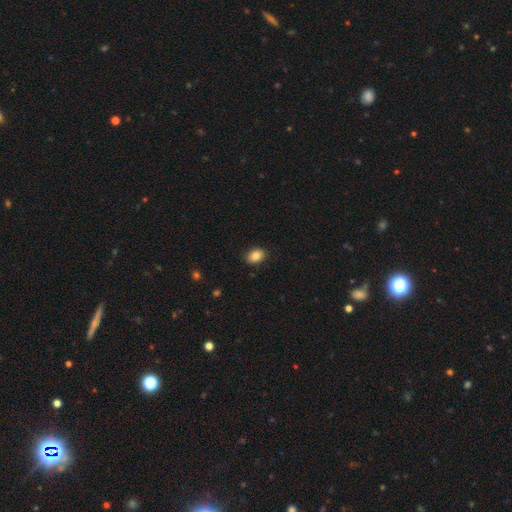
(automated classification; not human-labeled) smooth_or_featured: smooth (p=0.85) [alt: star or artifact p=0.09]
how_rounded: in between (p=0.74) [alt: round p=0.25]
merging: none (p=0.88) [alt: minor disturbance p=0.09]